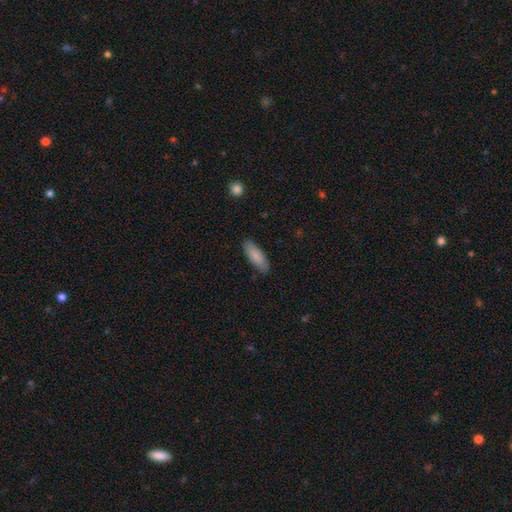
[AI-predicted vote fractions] This appears to be a smooth galaxy with no disk features (86%) that is in between round and cigar-shaped (62%). Merging: none (86%).